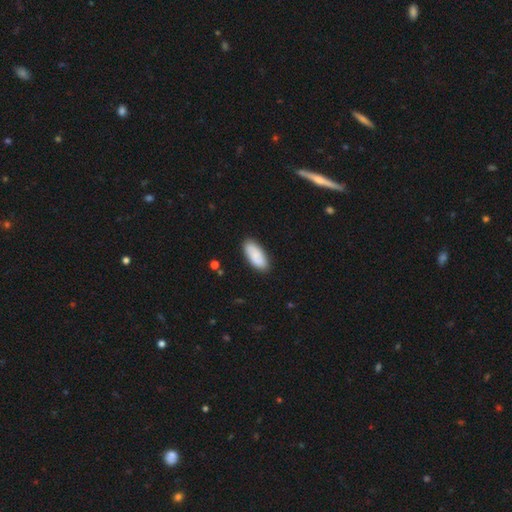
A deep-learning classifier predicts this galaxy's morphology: type=smooth (84%); roundness=in between (87%); merging=none (86%).